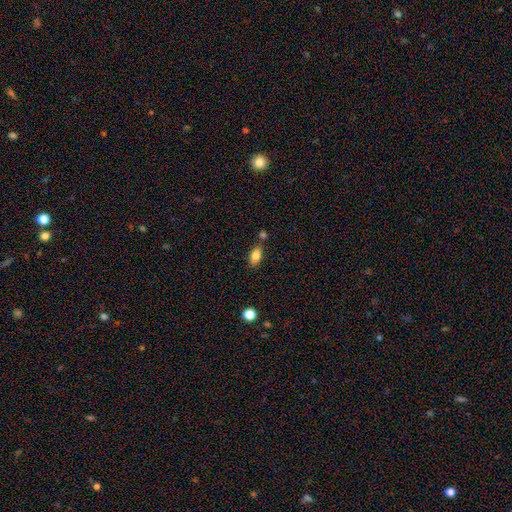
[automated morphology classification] smooth_or_featured: smooth (p=0.82) [alt: star or artifact p=0.09]
how_rounded: in between (p=0.88) [alt: cigar-shaped p=0.07]
merging: none (p=0.71) [alt: minor disturbance p=0.13]